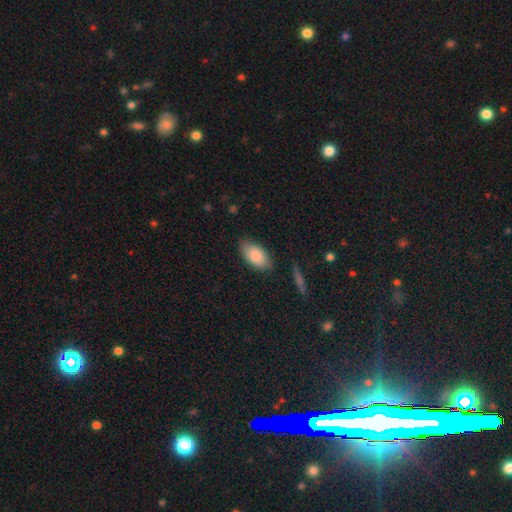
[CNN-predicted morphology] Overall: smooth (86%). How rounded: in between (93%). Merging: none (81%).